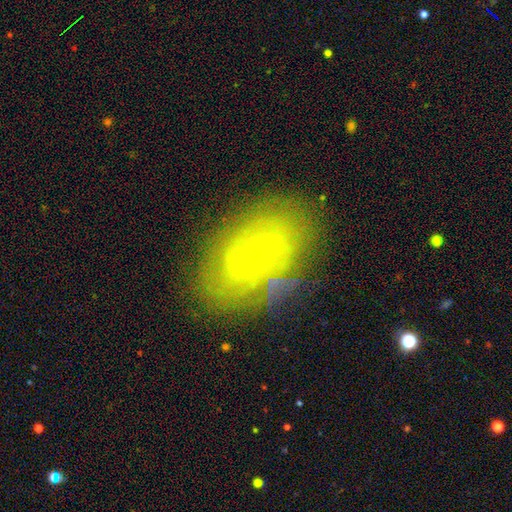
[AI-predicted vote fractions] Overall: featured or disk (77%). Edge-on disk: no (97%). Bar: no (59%; weak 34%). Spiral arms: yes (90%). Spiral arm count: 2 (52%; can't tell 25%). Spiral winding: tight (43%; medium 41%). Bulge size: small (88%). Merging: none (79%).